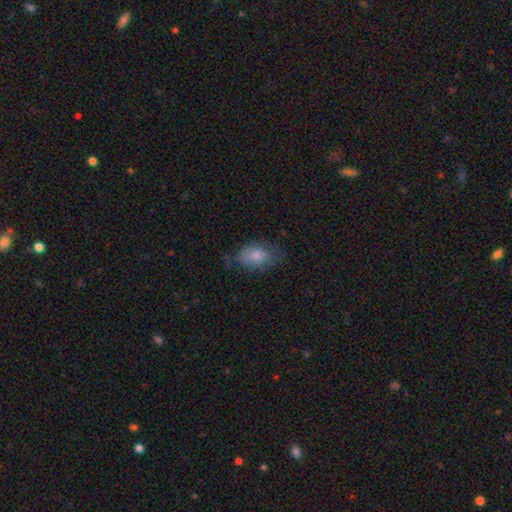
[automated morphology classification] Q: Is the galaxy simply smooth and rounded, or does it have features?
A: smooth — 78%.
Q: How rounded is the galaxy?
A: in between — 87%.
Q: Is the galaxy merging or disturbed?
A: none — 60%.